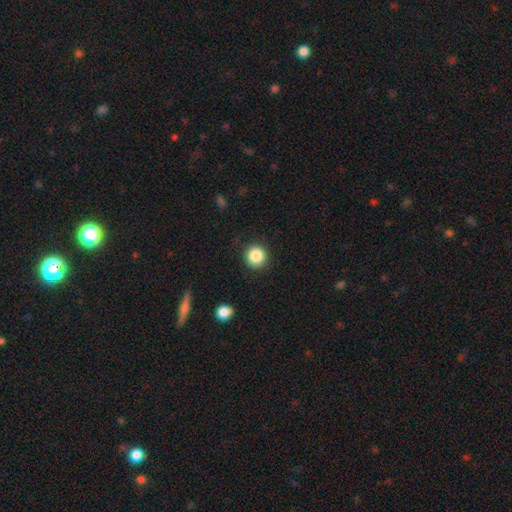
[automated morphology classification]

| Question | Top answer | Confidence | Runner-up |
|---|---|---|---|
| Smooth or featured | smooth | 87% | star or artifact (10%) |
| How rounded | round | 94% | in between (5%) |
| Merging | none | 90% | minor disturbance (7%) |